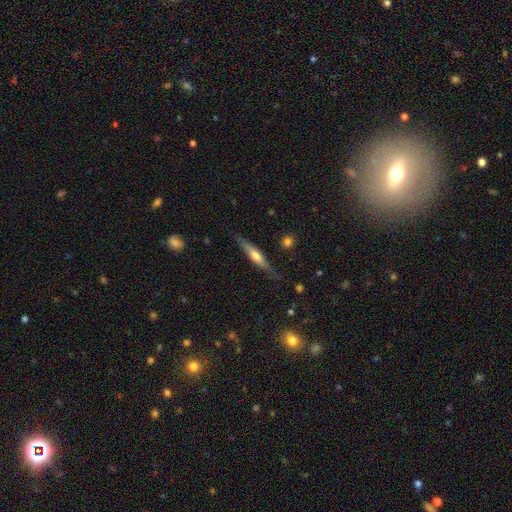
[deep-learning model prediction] A featured or disk galaxy (56%) viewed edge-on (94%) with a rounded central bulge (77%). Merging: none (81%).